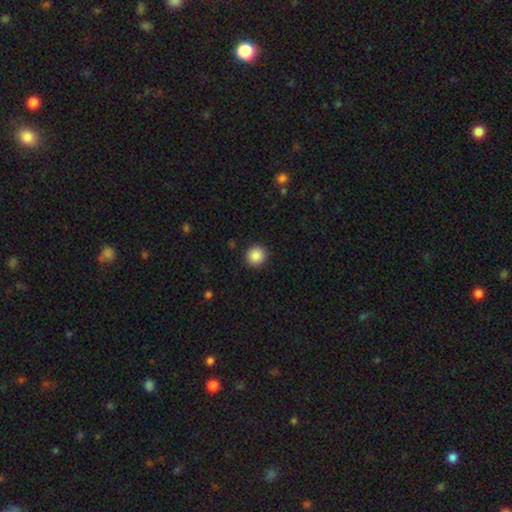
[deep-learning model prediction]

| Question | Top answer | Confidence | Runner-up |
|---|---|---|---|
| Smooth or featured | smooth | 88% | star or artifact (9%) |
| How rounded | round | 93% | in between (6%) |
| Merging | none | 92% | minor disturbance (6%) |